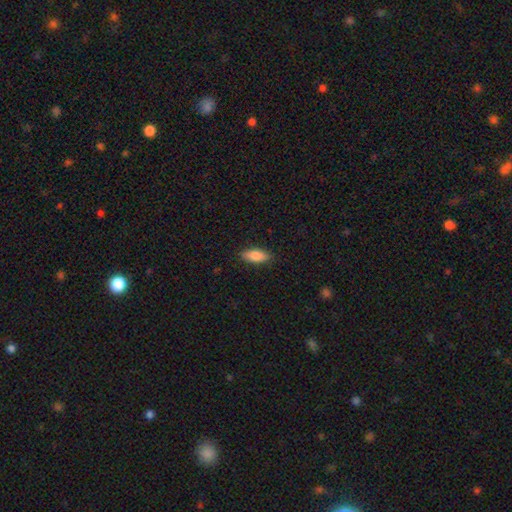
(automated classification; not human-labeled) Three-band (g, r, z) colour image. It shows a smooth galaxy with no disk features (85%) that is in between round and cigar-shaped (84%). Merging: none (88%).